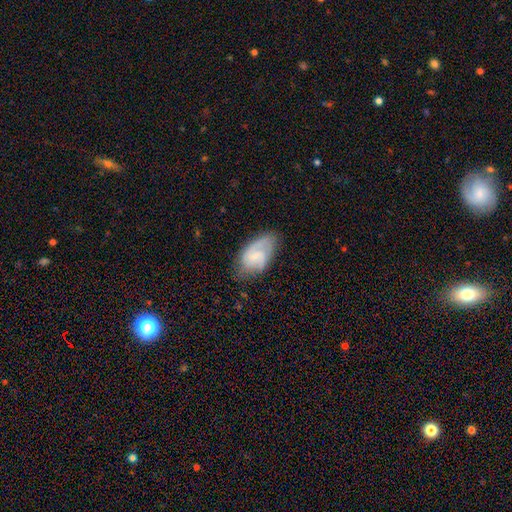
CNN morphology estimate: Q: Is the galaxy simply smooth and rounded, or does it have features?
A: featured or disk — 67%.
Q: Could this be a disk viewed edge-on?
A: no — 96%.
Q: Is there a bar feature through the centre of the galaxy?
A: weak — 53%.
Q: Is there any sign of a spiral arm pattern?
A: yes — 91%.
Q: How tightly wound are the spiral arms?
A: medium — 48%.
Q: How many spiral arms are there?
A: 2 — 67%.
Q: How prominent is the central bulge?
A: small — 60%.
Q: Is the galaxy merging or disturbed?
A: none — 64%.